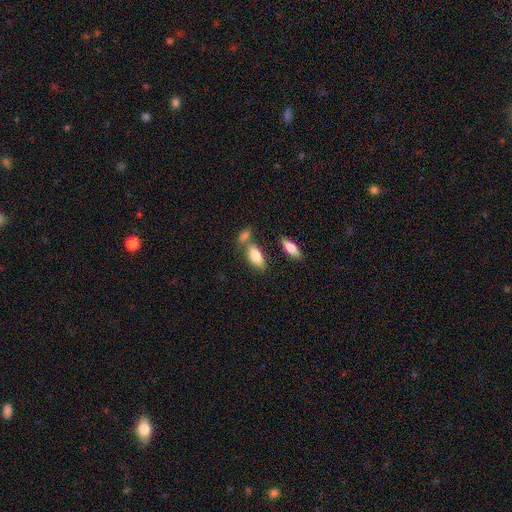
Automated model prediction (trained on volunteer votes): This appears to be a smooth galaxy with no disk features (79%) that is in between round and cigar-shaped (82%). Merging: none (55%).